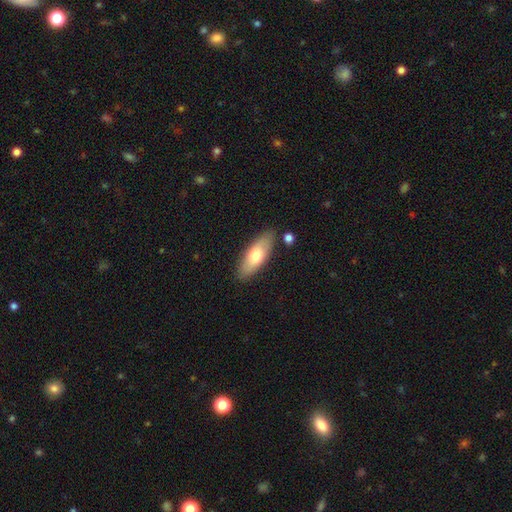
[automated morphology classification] This is likely a smooth galaxy (68%). How rounded: likely in between (67%). Merging: clearly none (82%).